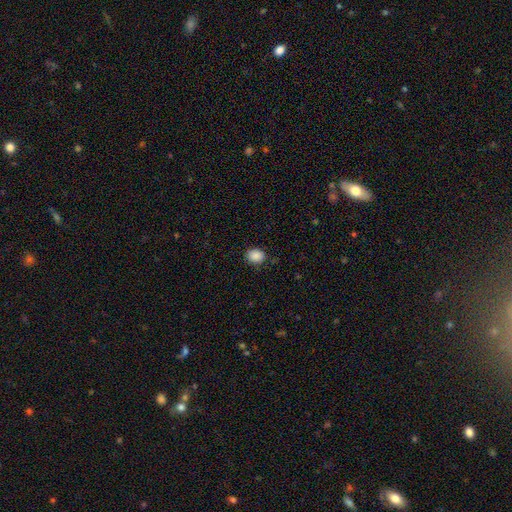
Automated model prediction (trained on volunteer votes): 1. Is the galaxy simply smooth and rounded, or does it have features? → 89% smooth, 8% star or artifact, 3% featured or disk.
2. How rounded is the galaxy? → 55% in between, 44% round, 1% cigar-shaped.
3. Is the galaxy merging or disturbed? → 86% none, 10% minor disturbance, 2% major disturbance, 1% merger.